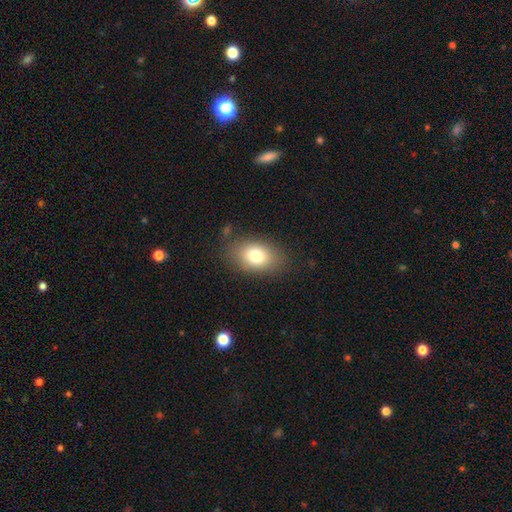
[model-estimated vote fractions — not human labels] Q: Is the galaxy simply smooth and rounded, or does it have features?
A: smooth — 78%.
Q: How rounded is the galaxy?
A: in between — 82%.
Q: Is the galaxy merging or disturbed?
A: none — 80%.